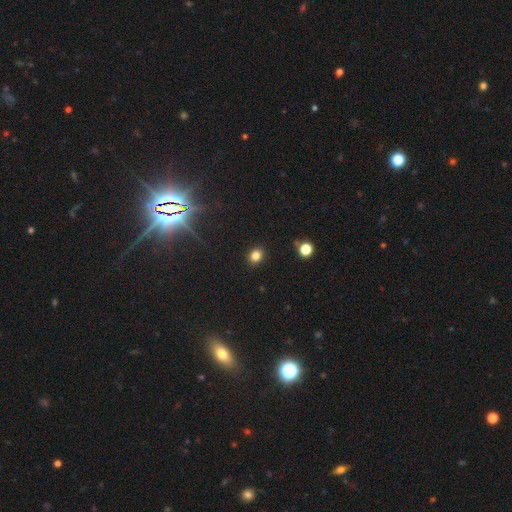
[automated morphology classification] The model was most divided on "how rounded": round: 64%, in between: 35%, cigar-shaped: 1%. More confident: merging — none (90%); smooth or featured — smooth (81%).